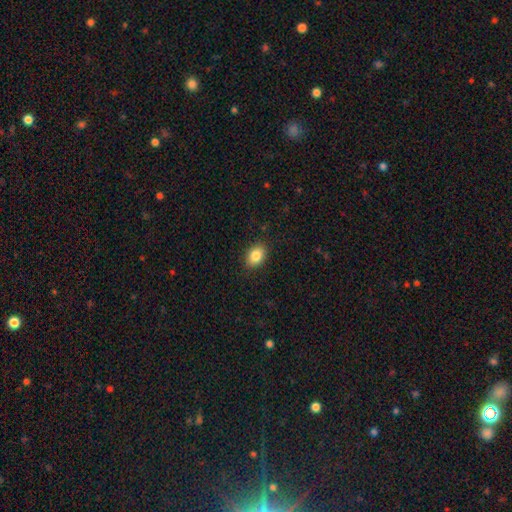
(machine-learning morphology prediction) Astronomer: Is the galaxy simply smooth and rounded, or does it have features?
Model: smooth — 85%.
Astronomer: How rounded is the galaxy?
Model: in between — 79%.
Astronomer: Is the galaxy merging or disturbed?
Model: none — 88%.